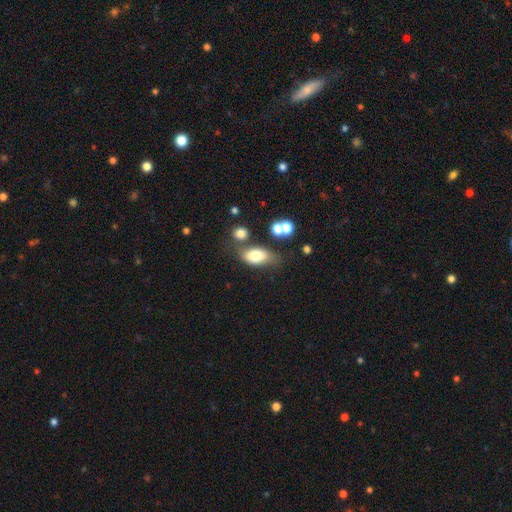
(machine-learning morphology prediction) This is likely a smooth galaxy (73%). How rounded: clearly in between (84%). Merging: possibly none (55%).